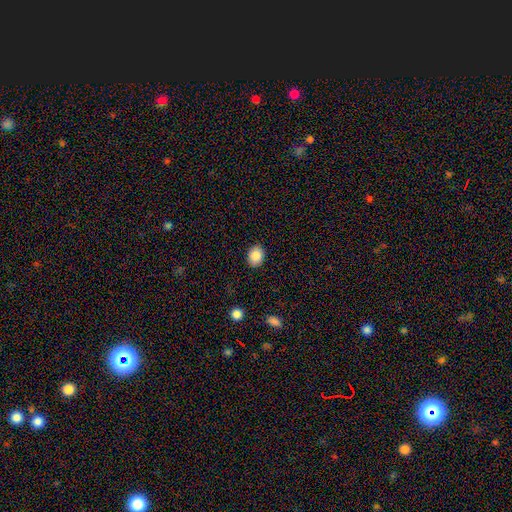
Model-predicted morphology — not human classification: Smooth or featured?
  - smooth: 87% *
  - star or artifact: 8%
  - featured or disk: 5%
How rounded?
  - in between: 61% *
  - round: 38%
  - cigar-shaped: 1%
Merging?
  - none: 88% *
  - minor disturbance: 9%
  - major disturbance: 2%
  - merger: 1%